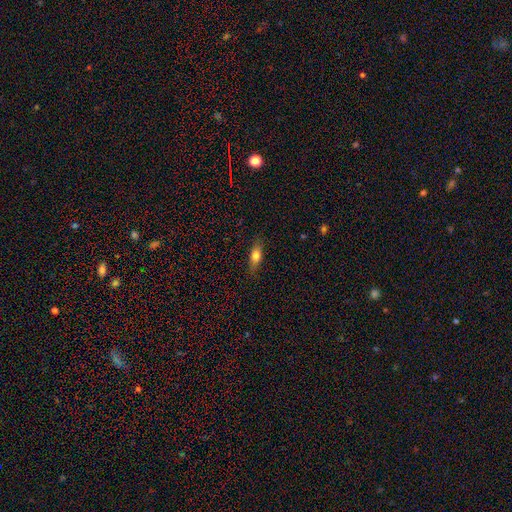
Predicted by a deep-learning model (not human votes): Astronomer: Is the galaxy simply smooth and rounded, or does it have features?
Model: smooth — 68%.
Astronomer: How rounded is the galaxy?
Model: in between — 62%.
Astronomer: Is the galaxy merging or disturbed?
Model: none — 83%.